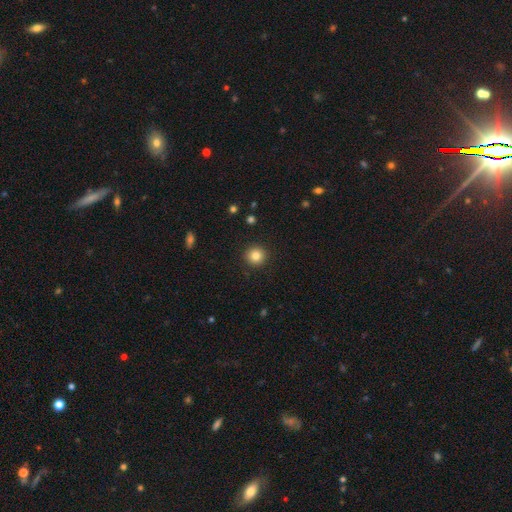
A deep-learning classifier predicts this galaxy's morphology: Smooth or featured?
  - smooth: 83% *
  - star or artifact: 11%
  - featured or disk: 6%
How rounded?
  - round: 95% *
  - in between: 4%
  - cigar-shaped: 1%
Merging?
  - none: 92% *
  - minor disturbance: 5%
  - major disturbance: 2%
  - merger: 1%